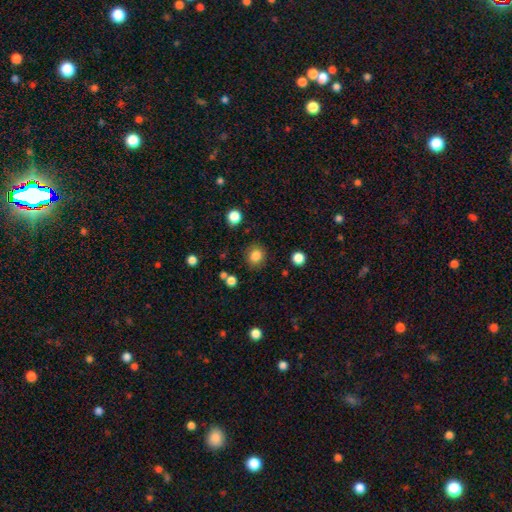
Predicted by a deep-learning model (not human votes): A smooth galaxy with no disk features (83%) that is round (78%). Merging: none (85%).